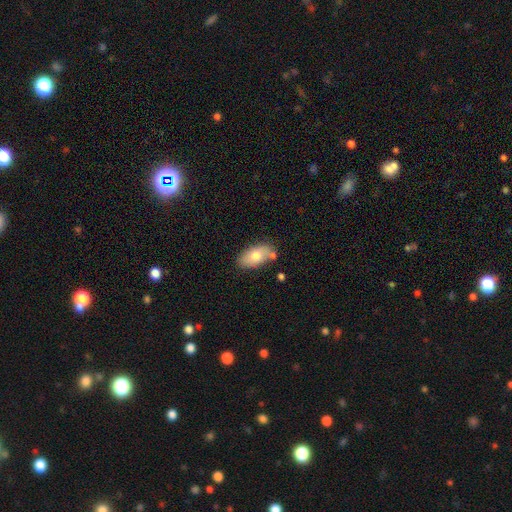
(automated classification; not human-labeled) smooth 75%, featured or disk 18%, star or artifact 7%. Down the decision tree: how rounded — in between (92%); merging — none (70%).